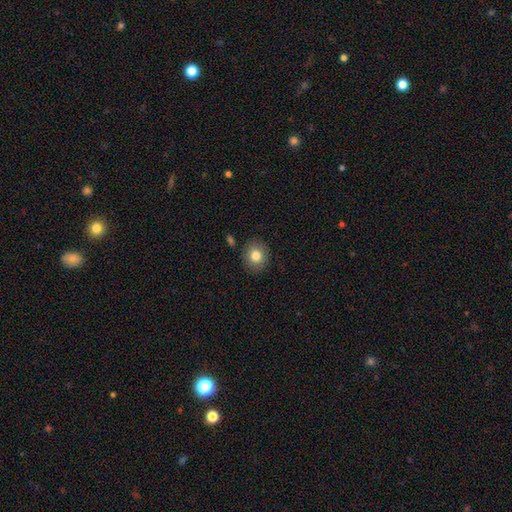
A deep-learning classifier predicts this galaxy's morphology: type=smooth (81%); roundness=round (74%); merging=none (86%).